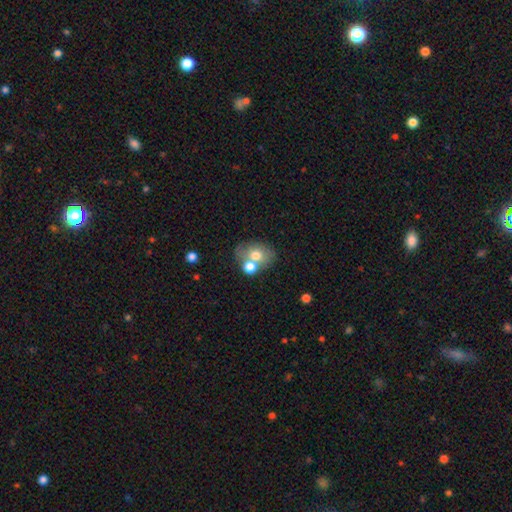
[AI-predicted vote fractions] Overall: smooth (67%). How rounded: in between (59%; round 40%). Merging: none (44%; merger 40%).